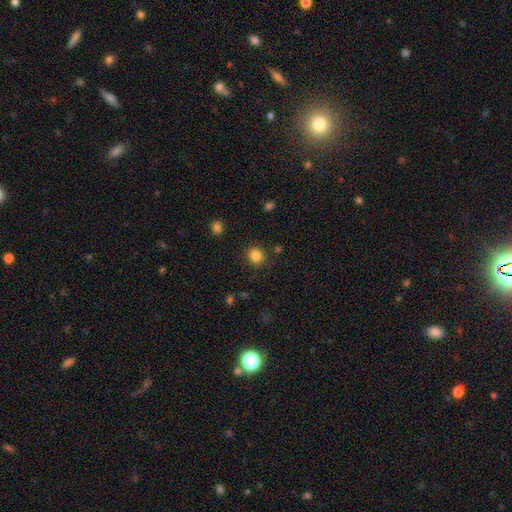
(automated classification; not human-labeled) Smooth or featured?
  - smooth: 84% *
  - star or artifact: 11%
  - featured or disk: 5%
How rounded?
  - round: 83% *
  - in between: 16%
  - cigar-shaped: 1%
Merging?
  - none: 87% *
  - minor disturbance: 8%
  - major disturbance: 3%
  - merger: 2%